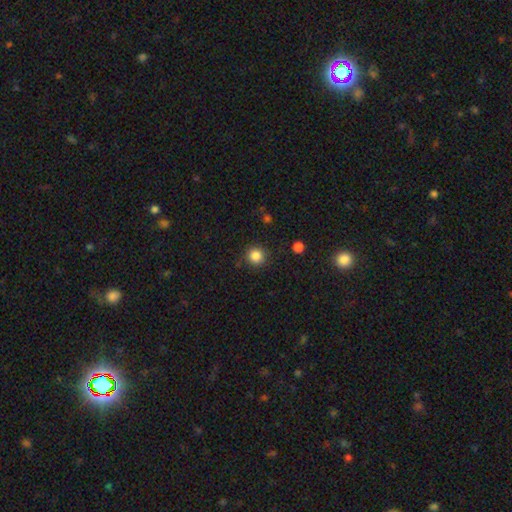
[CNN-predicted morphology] Q: Smooth or featured?
A: smooth (85%); runner-up: star or artifact (11%)
Q: How rounded?
A: round (94%); runner-up: in between (5%)
Q: Merging?
A: none (89%); runner-up: minor disturbance (7%)